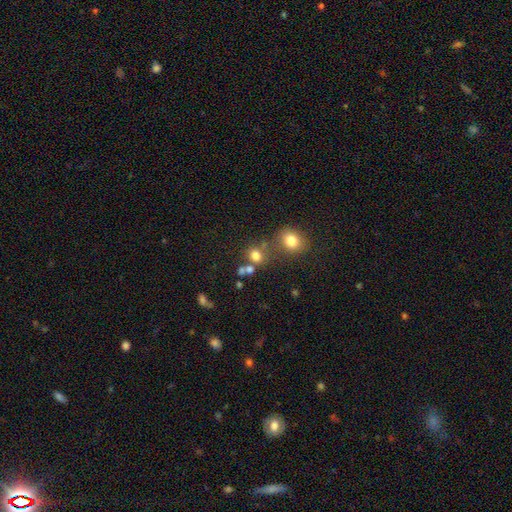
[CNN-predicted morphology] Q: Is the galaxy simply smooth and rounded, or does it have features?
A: smooth — 76%.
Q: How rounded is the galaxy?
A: round — 68%.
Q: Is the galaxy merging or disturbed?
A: none — 55%.